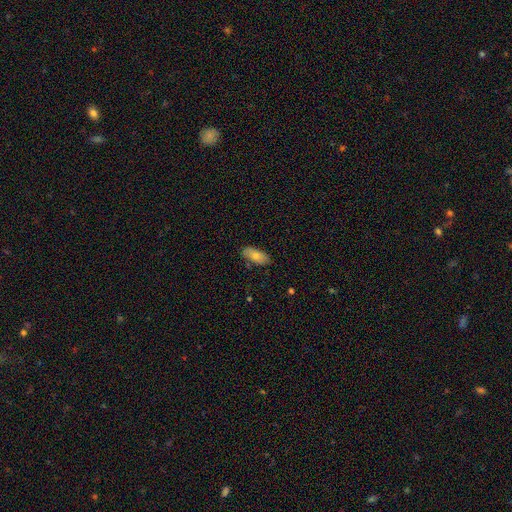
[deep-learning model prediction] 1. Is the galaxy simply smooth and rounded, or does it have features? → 75% smooth, 19% featured or disk, 7% star or artifact.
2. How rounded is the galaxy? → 87% in between, 11% cigar-shaped, 2% round.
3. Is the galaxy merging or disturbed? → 81% none, 15% minor disturbance, 2% major disturbance, 2% merger.